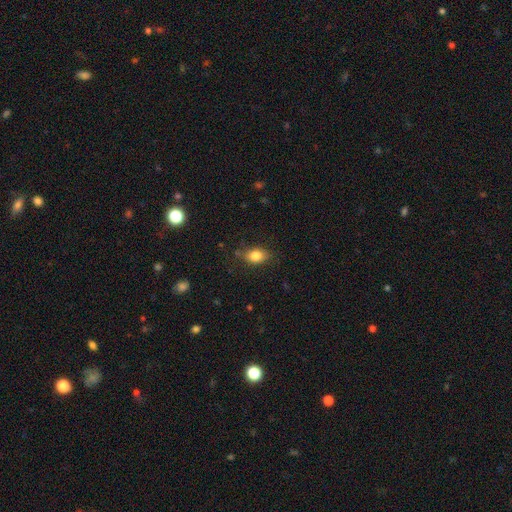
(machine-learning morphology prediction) A smooth galaxy with no disk features (83%) that is in between round and cigar-shaped (78%). Merging: none (78%).